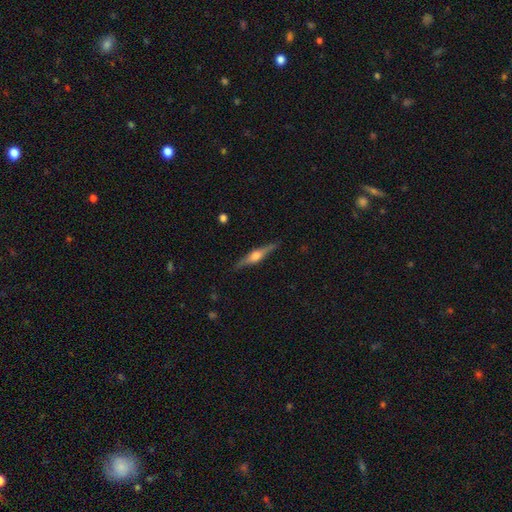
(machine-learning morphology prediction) Smooth or featured: featured or disk — 75% (smooth — 20%)
Edge-on disk: yes — 98% (no — 2%)
Edge-on bulge: rounded — 92% (boxy — 6%)
Merging: none — 88% (minor disturbance — 9%)